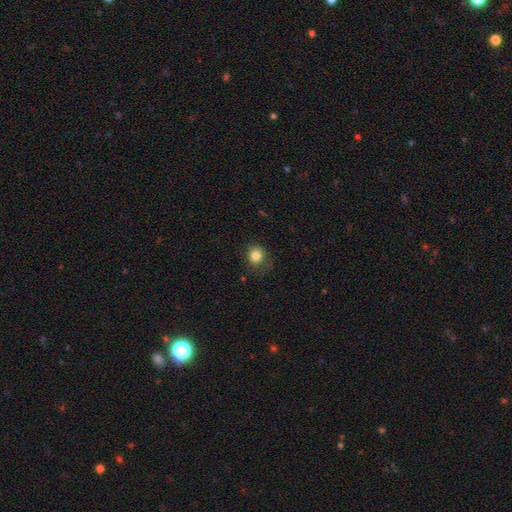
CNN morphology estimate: Smooth or featured? smooth (83%)
How rounded? round (77%)
Merging? none (69%)